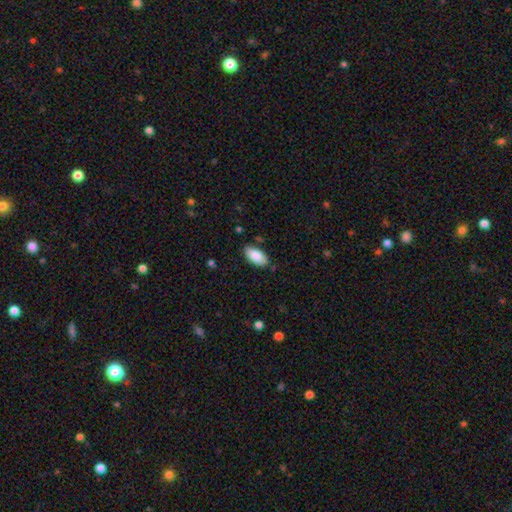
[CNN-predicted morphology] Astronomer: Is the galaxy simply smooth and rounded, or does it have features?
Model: smooth — 88%.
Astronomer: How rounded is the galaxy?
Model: in between — 95%.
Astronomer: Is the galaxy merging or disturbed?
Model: none — 85%.